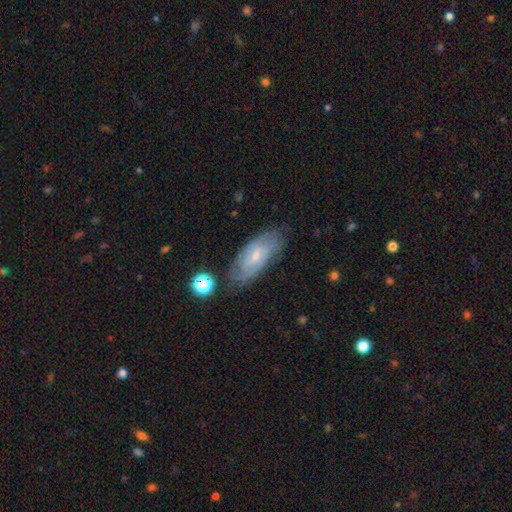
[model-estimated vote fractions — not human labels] Overall: featured or disk (59%; smooth 34%). Edge-on disk: no (87%). Bar: no (52%; weak 40%). Spiral arms: yes (80%). Bulge size: small (65%; moderate 29%). Merging: none (75%).